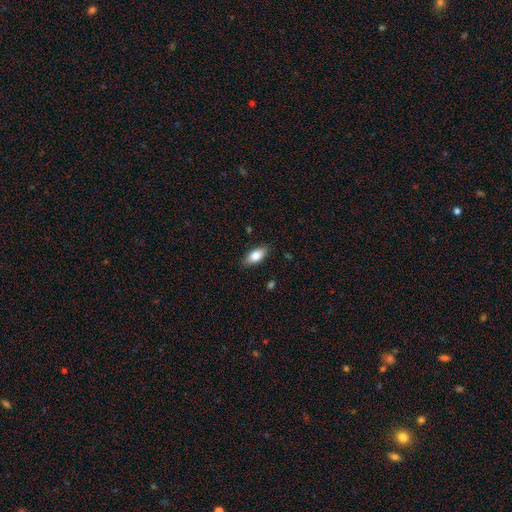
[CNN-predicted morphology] Smooth or featured? Predicted: smooth (p=0.81). How rounded? Predicted: in between (p=0.88). Merging? Predicted: none (p=0.85).